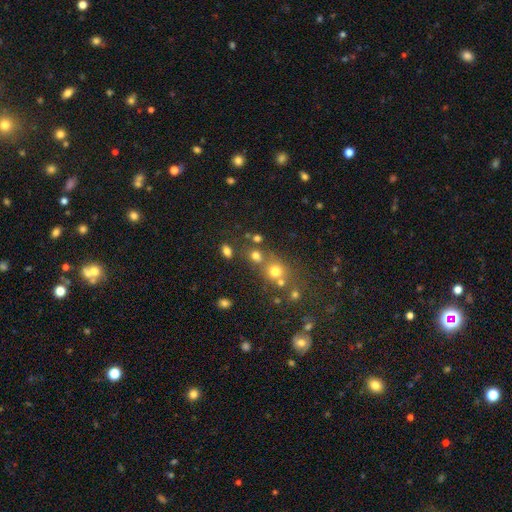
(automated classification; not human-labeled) This appears to be a smooth galaxy with no disk features (70%) that is round (71%). Merging: none (58%).